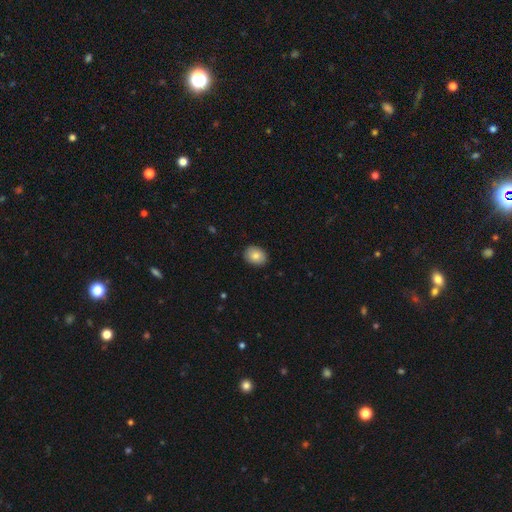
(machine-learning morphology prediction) Smooth or featured?
  - smooth: 83% *
  - featured or disk: 9%
  - star or artifact: 8%
How rounded?
  - in between: 57% *
  - round: 42%
  - cigar-shaped: 1%
Merging?
  - none: 88% *
  - minor disturbance: 9%
  - major disturbance: 2%
  - merger: 1%